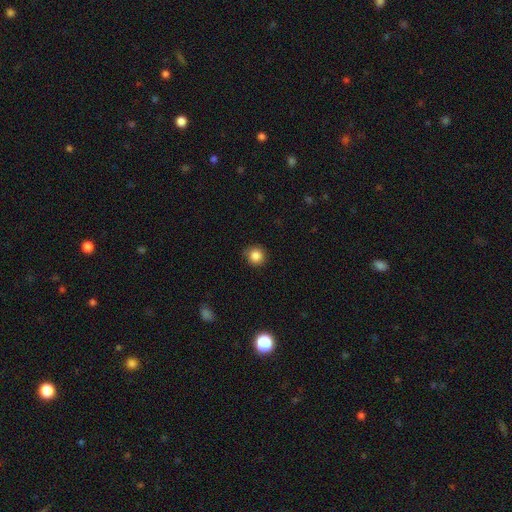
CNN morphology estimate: Smooth or featured? smooth (86%)
How rounded? round (93%)
Merging? none (85%)